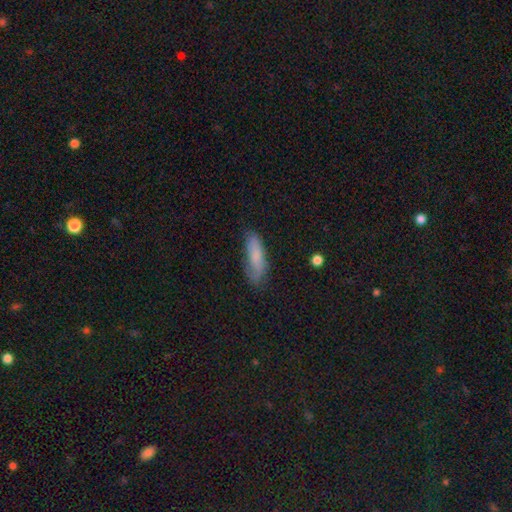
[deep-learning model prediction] Morphology: type=smooth (76%); roundness=in between (51%); merging=none (66%).